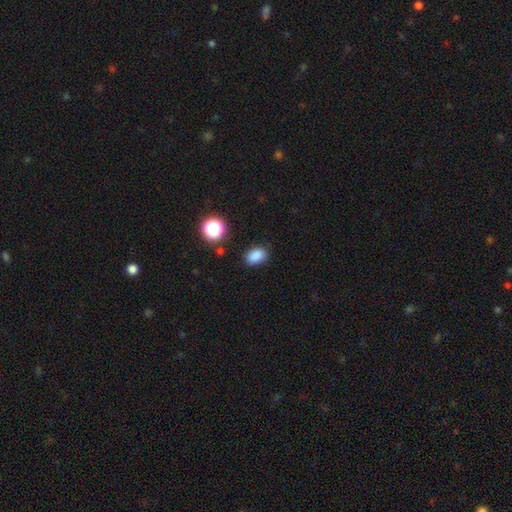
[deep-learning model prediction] Q: Smooth or featured?
A: smooth (84%); runner-up: star or artifact (11%)
Q: How rounded?
A: in between (77%); runner-up: round (21%)
Q: Merging?
A: none (81%); runner-up: minor disturbance (14%)